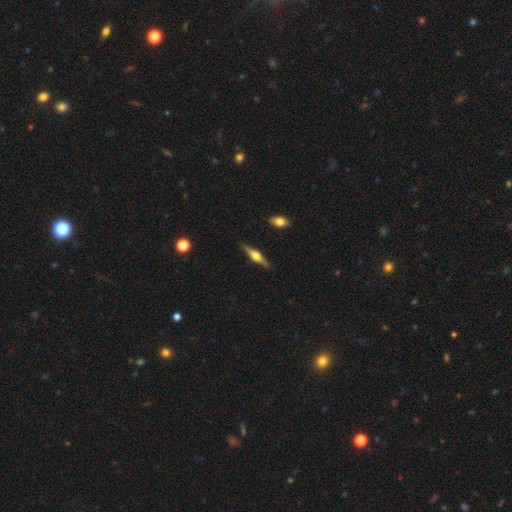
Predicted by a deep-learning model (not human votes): smooth-or-featured: featured or disk: 75% | smooth: 20% | star or artifact: 5%
  disk-edge-on: yes: 97% | no: 3%
    edge-on-bulge: rounded: 91% | boxy: 7% | none: 2%
  merging: none: 89% | minor disturbance: 8% | major disturbance: 2% | merger: 1%